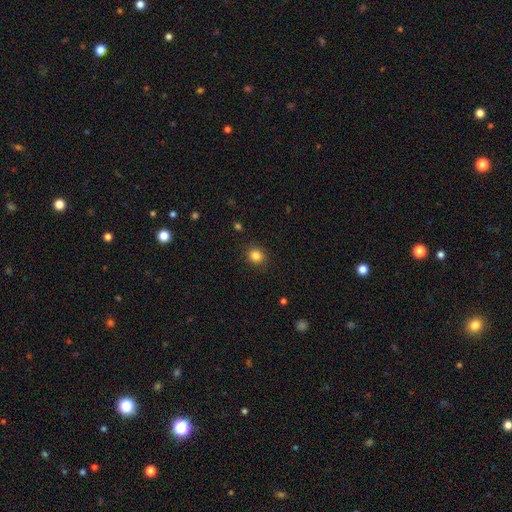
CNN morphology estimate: Q: Smooth or featured?
A: smooth (84%); runner-up: star or artifact (11%)
Q: How rounded?
A: round (83%); runner-up: in between (16%)
Q: Merging?
A: none (90%); runner-up: minor disturbance (7%)